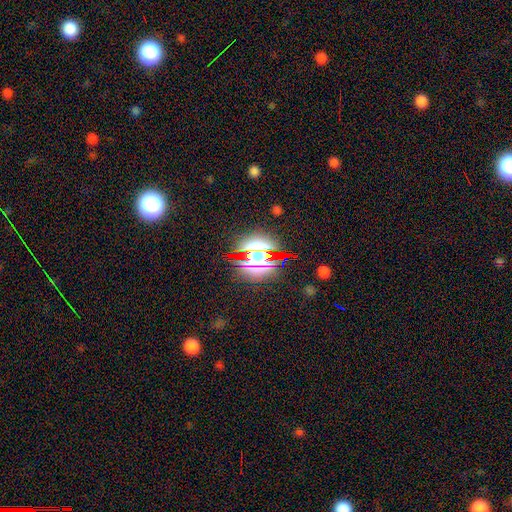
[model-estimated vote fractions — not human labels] smooth-or-featured: star or artifact: 79% | smooth: 13% | featured or disk: 8%